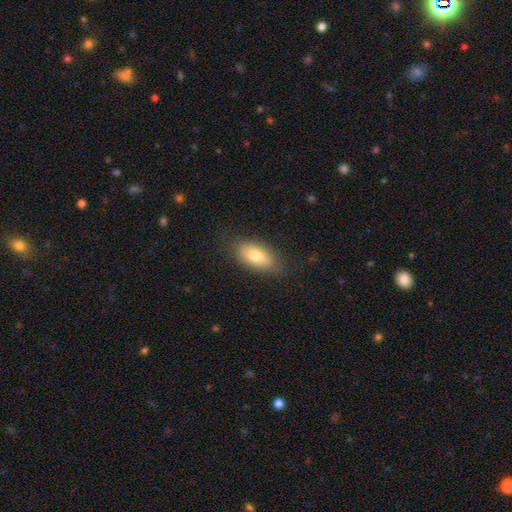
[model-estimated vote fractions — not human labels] smooth_or_featured: smooth (p=0.76) [alt: featured or disk p=0.17]
how_rounded: in between (p=0.87) [alt: cigar-shaped p=0.08]
merging: none (p=0.84) [alt: minor disturbance p=0.12]